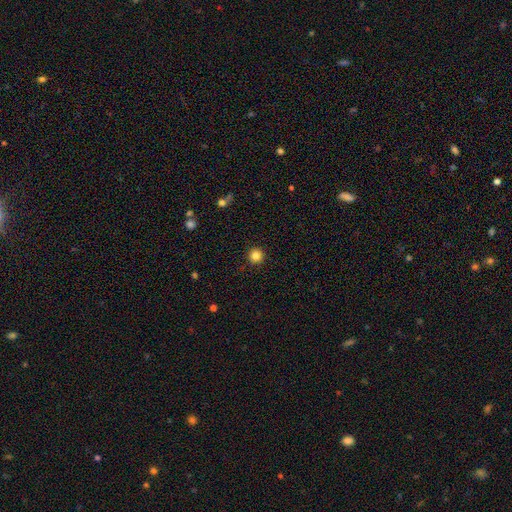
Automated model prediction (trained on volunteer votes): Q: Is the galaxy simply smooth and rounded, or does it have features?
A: smooth — 83%.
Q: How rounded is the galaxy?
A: round — 95%.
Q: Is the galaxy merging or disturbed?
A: none — 93%.